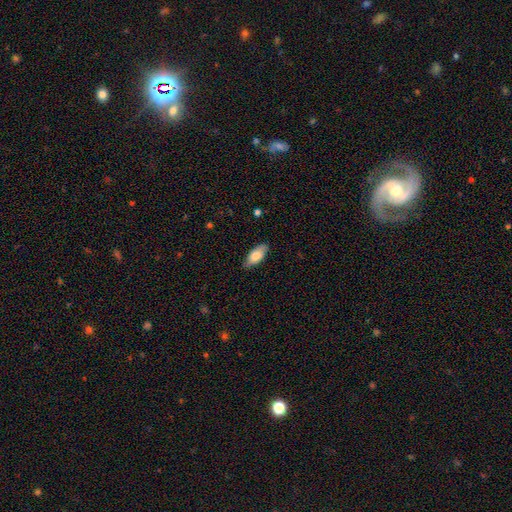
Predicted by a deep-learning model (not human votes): Morphology: type=smooth (77%); roundness=in between (86%); merging=none (84%).